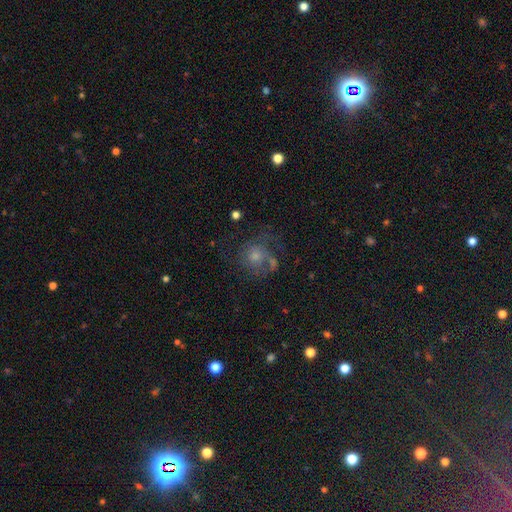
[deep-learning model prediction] smooth-or-featured: featured or disk: 48% | smooth: 32% | star or artifact: 20%
  merging: none: 53% | major disturbance: 22% | minor disturbance: 18% | merger: 7%